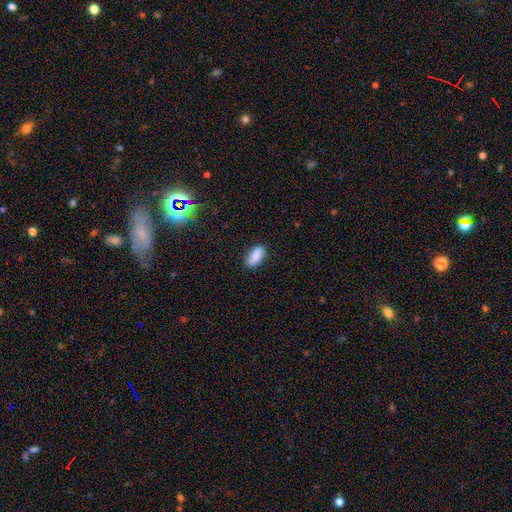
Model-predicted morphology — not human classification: Q: Smooth or featured?
A: smooth (87%); runner-up: star or artifact (8%)
Q: How rounded?
A: in between (87%); runner-up: cigar-shaped (11%)
Q: Merging?
A: none (83%); runner-up: minor disturbance (13%)